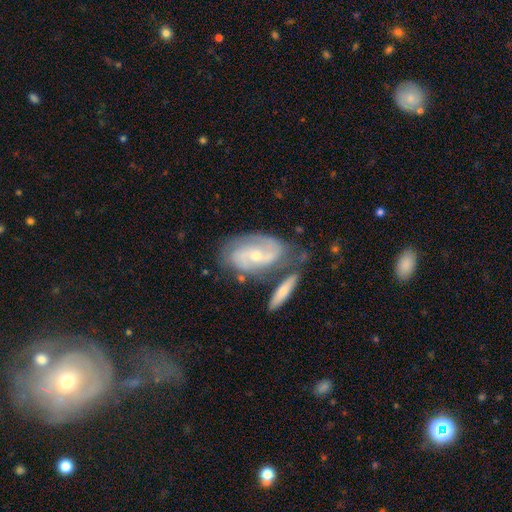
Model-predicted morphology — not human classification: type=featured or disk (81%); edge-on=no (94%); bar=no (52%); spiral arms=yes (94%); winding=medium (43%); arm count=2 (72%); bulge=small (58%); merging=none (56%).